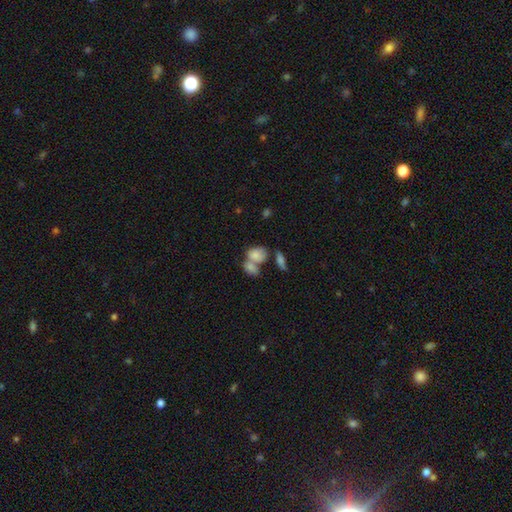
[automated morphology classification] The model was most divided on "merging": merger: 54%, none: 30%, minor disturbance: 11%, major disturbance: 5%. More confident: smooth or featured — smooth (79%); how rounded — in between (68%).